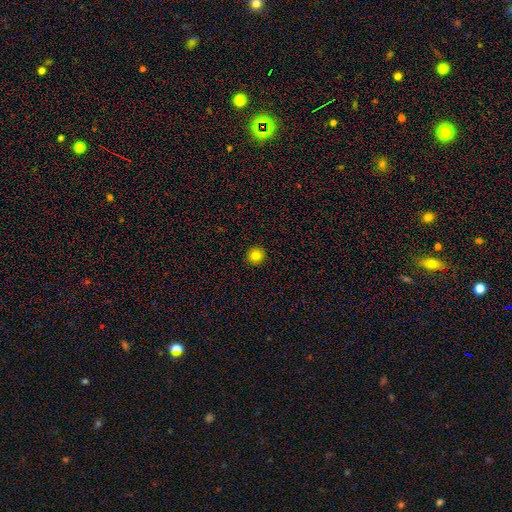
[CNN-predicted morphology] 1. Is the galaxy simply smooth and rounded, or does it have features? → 82% smooth, 12% star or artifact, 6% featured or disk.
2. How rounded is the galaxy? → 94% round, 5% in between, 1% cigar-shaped.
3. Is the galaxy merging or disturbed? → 93% none, 4% minor disturbance, 1% major disturbance, 1% merger.